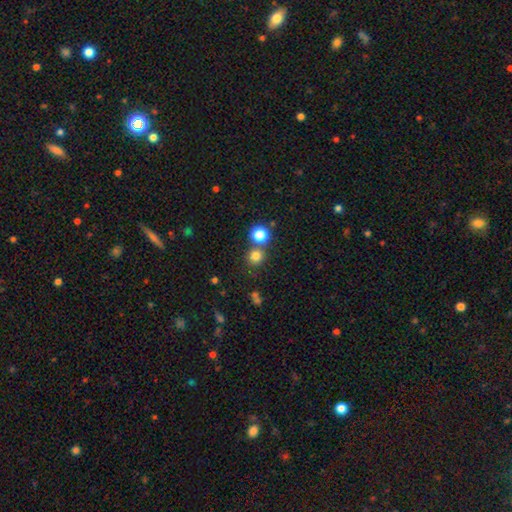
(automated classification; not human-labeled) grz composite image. It shows a smooth galaxy with no disk features (77%) that is round (90%). Merging: none (67%).